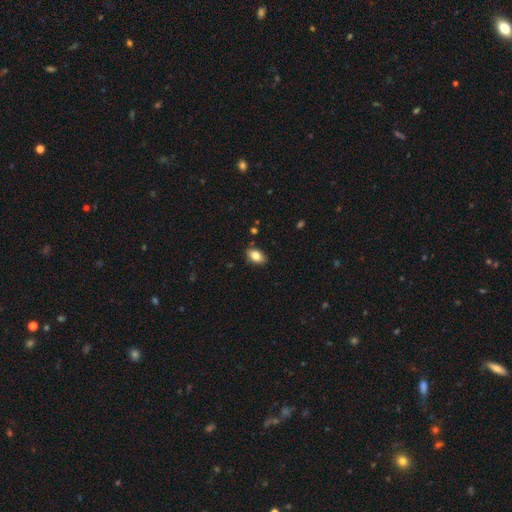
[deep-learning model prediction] Smooth or featured?
  - smooth: 82% *
  - featured or disk: 10%
  - star or artifact: 8%
How rounded?
  - in between: 89% *
  - round: 9%
  - cigar-shaped: 2%
Merging?
  - none: 84% *
  - minor disturbance: 12%
  - major disturbance: 2%
  - merger: 2%